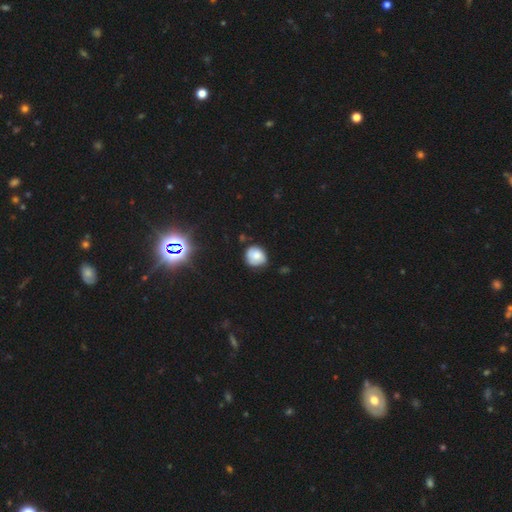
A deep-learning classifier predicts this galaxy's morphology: smooth_or_featured: smooth (p=0.75) [alt: featured or disk p=0.15]
how_rounded: round (p=0.76) [alt: in between p=0.23]
merging: none (p=0.64) [alt: minor disturbance p=0.29]